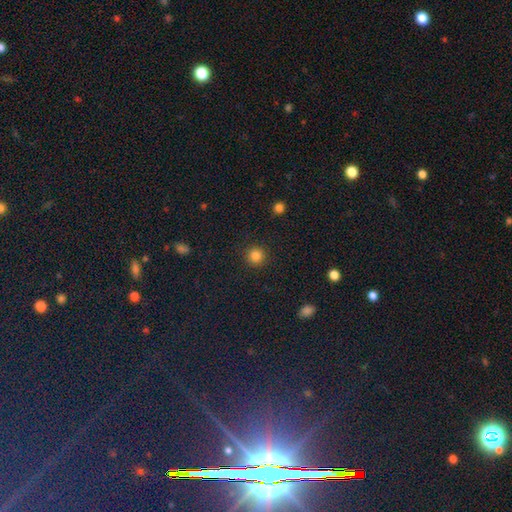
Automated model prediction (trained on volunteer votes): Smooth or featured? smooth (84%)
How rounded? round (94%)
Merging? none (91%)